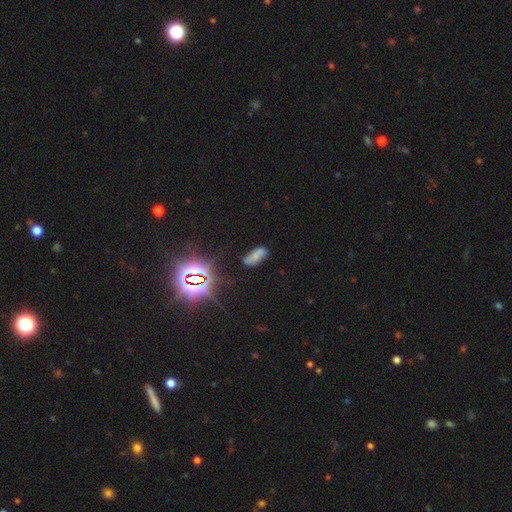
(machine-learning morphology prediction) This is possibly a smooth galaxy (51%). How rounded: clearly in between (86%). Merging: possibly none (51%).